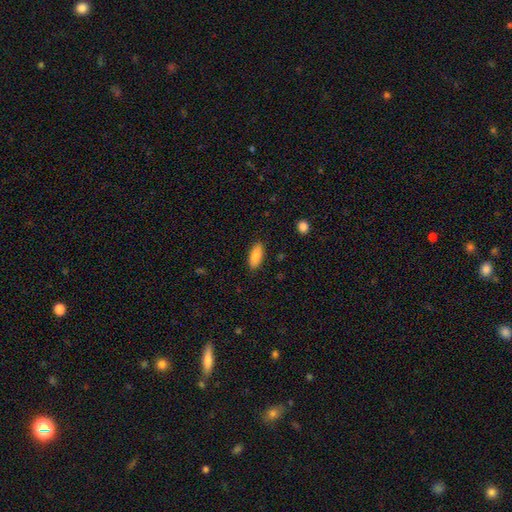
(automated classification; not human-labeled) The model was most divided on "how rounded": in between: 80%, cigar-shaped: 18%, round: 2%. More confident: merging — none (88%); smooth or featured — smooth (85%).